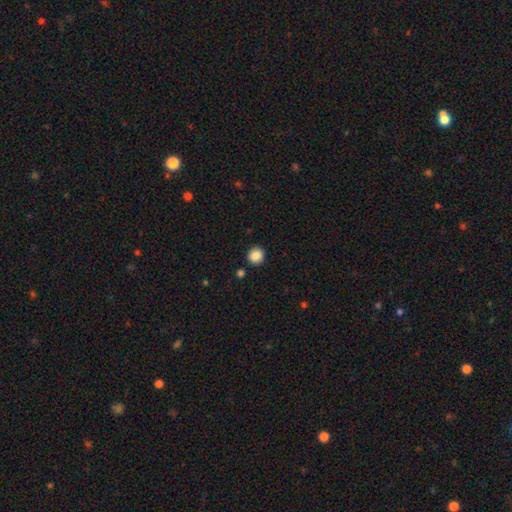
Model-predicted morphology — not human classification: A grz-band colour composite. It shows a smooth galaxy with no disk features (88%) that is round (90%). Merging: none (89%).